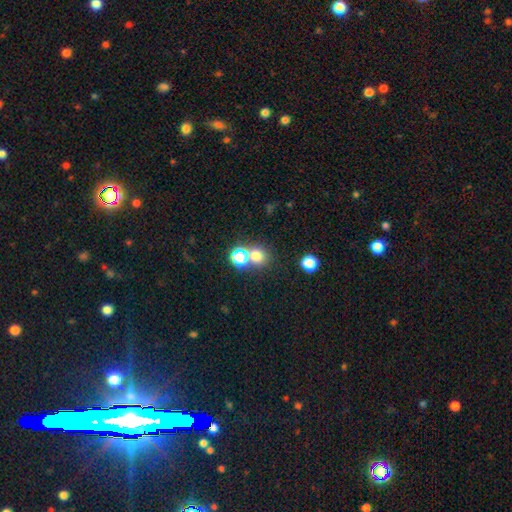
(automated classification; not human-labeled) A smooth galaxy with no disk features (69%) that is round (83%). Merging: none (63%).